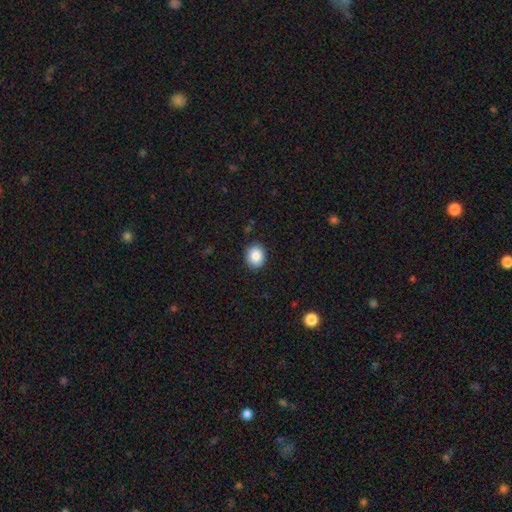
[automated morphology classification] smooth 87%, star or artifact 8%, featured or disk 5%. Down the decision tree: how rounded — round (52%); merging — none (88%).